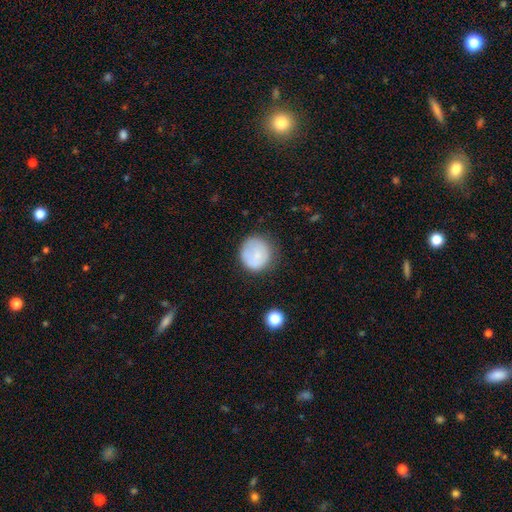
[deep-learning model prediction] A smooth galaxy with no disk features (76%) that is round (89%).

Vote fractions:
- Smooth or featured? smooth: 76% / featured or disk: 16% / star or artifact: 8%
- How rounded? round: 89% / in between: 10% / cigar-shaped: 1%
- Merging? none: 71% / minor disturbance: 19% / major disturbance: 7% / merger: 2%